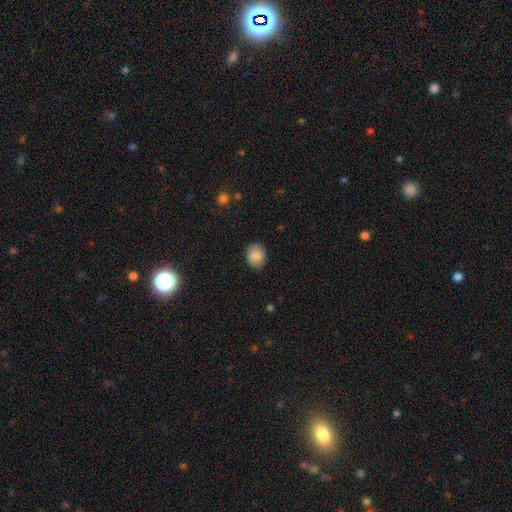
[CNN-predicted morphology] smooth 86%, star or artifact 8%, featured or disk 6%. Down the decision tree: how rounded — in between (51%); merging — none (87%).